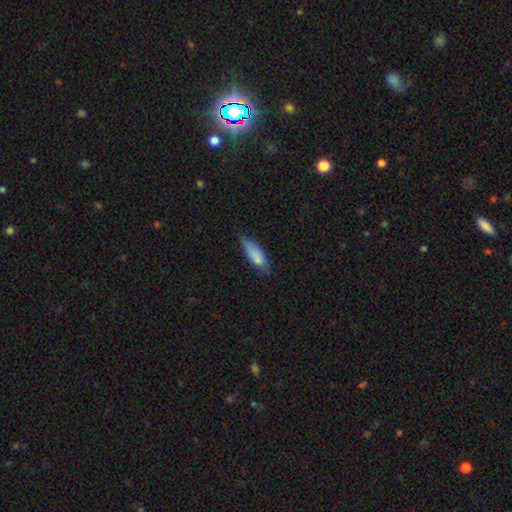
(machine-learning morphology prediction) smooth 81%, featured or disk 12%, star or artifact 7%. Down the decision tree: how rounded — in between (55%); merging — none (65%).